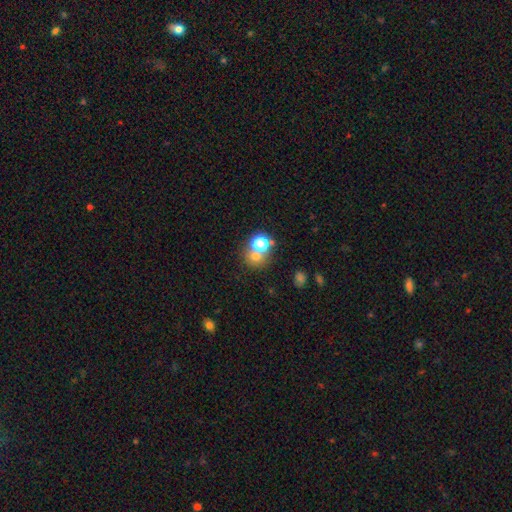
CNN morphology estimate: Overall: smooth (68%). How rounded: round (78%). Merging: merger (45%; none 43%).